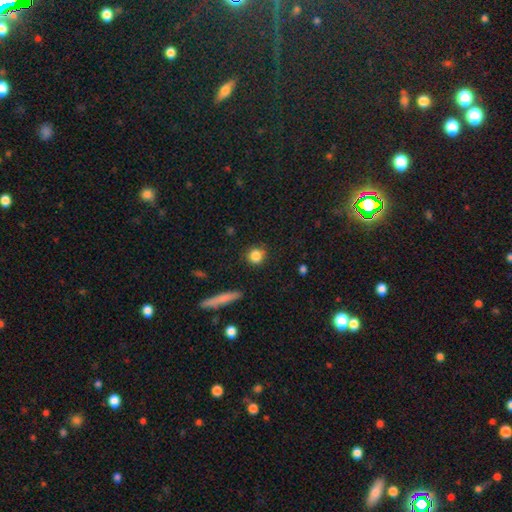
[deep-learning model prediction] smooth 84%, star or artifact 10%, featured or disk 7%. Down the decision tree: how rounded — round (82%); merging — none (82%).